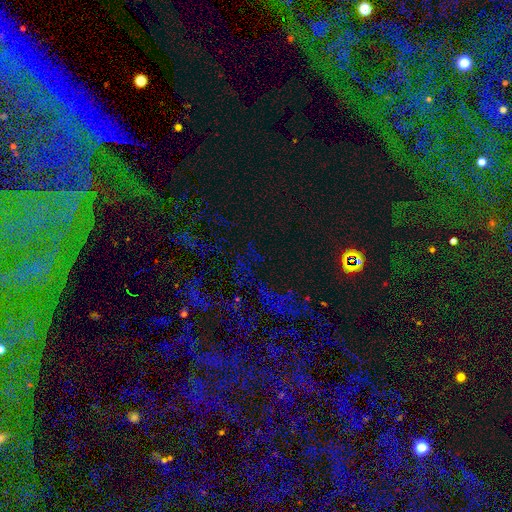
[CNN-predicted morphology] Q: Smooth or featured?
A: star or artifact (73%); runner-up: smooth (18%)